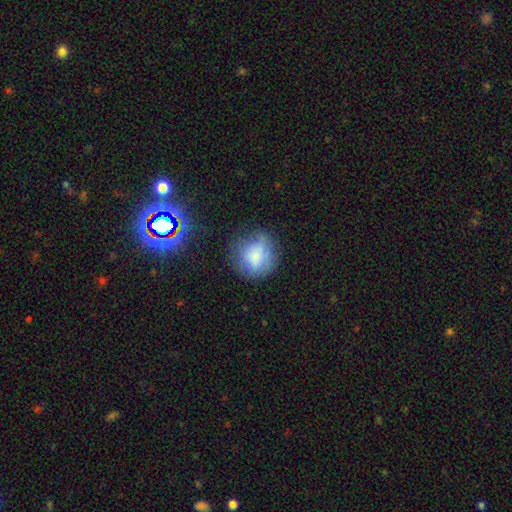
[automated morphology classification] A smooth galaxy with no disk features (71%) that is round (84%).

Vote fractions:
- Smooth or featured? smooth: 71% / featured or disk: 19% / star or artifact: 10%
- How rounded? round: 84% / in between: 15% / cigar-shaped: 1%
- Merging? none: 61% / minor disturbance: 23% / major disturbance: 13% / merger: 3%